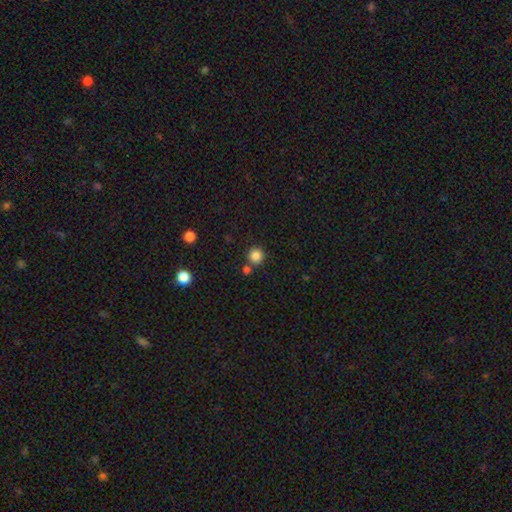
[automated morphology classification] smooth 85%, star or artifact 11%, featured or disk 4%. Down the decision tree: how rounded — round (93%); merging — none (77%).